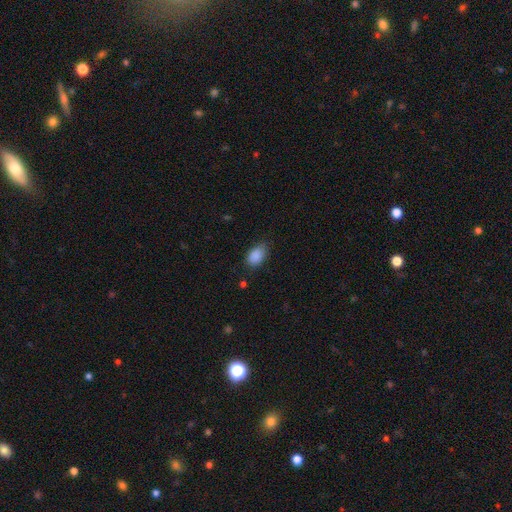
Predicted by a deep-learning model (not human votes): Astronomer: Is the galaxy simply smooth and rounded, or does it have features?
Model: smooth — 88%.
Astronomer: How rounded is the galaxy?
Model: in between — 87%.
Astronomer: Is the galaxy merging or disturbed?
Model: none — 71%.